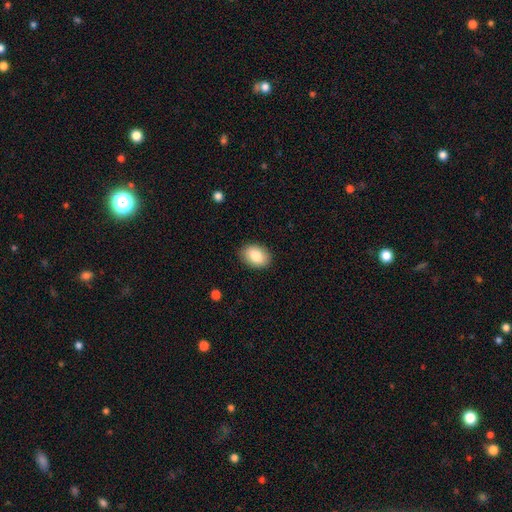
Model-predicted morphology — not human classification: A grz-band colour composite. It shows a smooth galaxy with no disk features (84%) that is in between round and cigar-shaped (81%). Merging: none (89%).